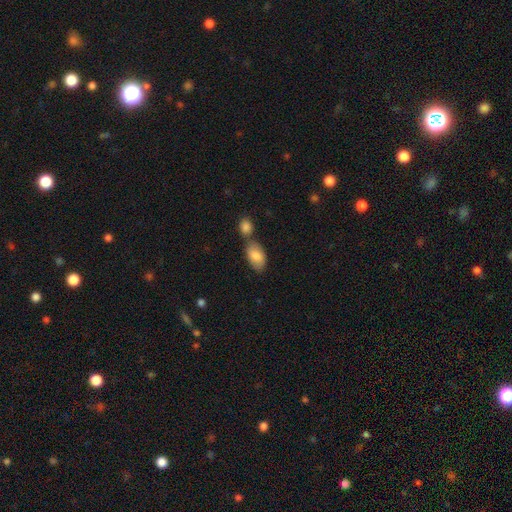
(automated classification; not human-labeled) Smooth or featured?
  - smooth: 84% *
  - featured or disk: 10%
  - star or artifact: 6%
How rounded?
  - in between: 93% *
  - round: 5%
  - cigar-shaped: 2%
Merging?
  - none: 50% *
  - merger: 33%
  - minor disturbance: 13%
  - major disturbance: 4%